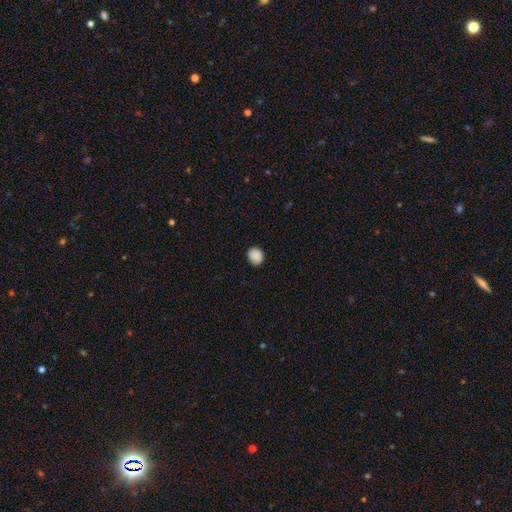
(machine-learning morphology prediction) This is clearly a smooth galaxy (88%). How rounded: likely round (69%). Merging: clearly none (86%).